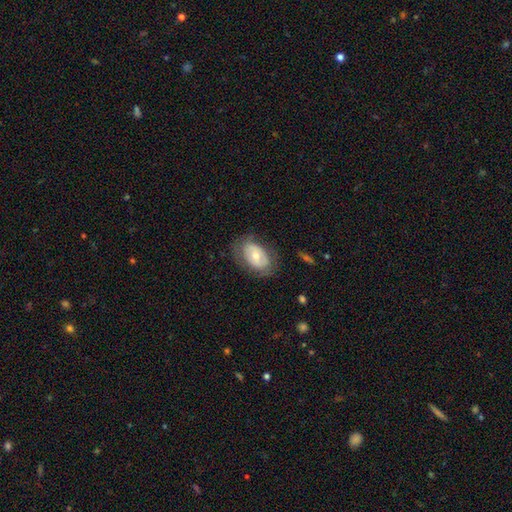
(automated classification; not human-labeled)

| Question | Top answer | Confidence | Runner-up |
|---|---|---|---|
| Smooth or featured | smooth | 47% | featured or disk (46%) |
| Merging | none | 69% | minor disturbance (20%) |